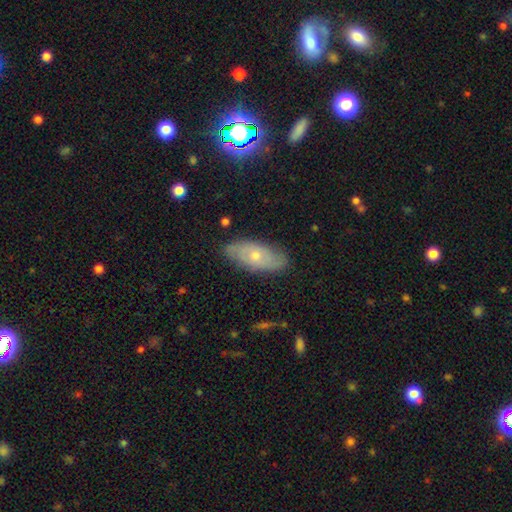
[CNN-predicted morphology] type=featured or disk (47%); merging=none (81%).